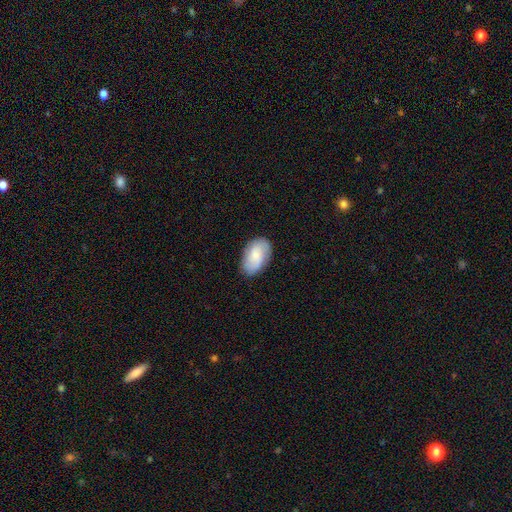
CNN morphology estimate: The model was most divided on "smooth or featured": smooth: 60%, featured or disk: 33%, star or artifact: 7%. More confident: how rounded — in between (93%); merging — none (81%).